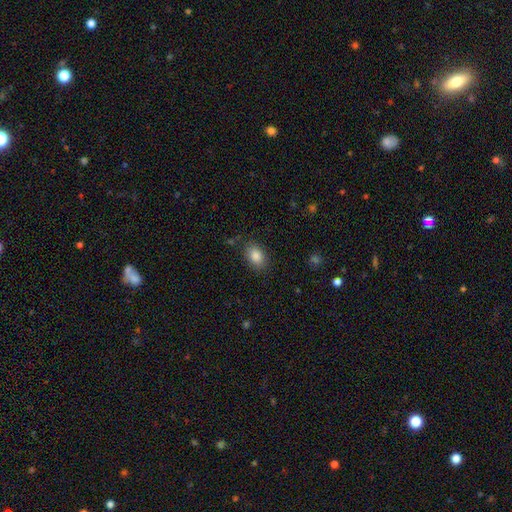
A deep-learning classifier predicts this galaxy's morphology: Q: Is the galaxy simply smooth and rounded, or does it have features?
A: smooth — 86%.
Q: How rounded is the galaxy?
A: in between — 85%.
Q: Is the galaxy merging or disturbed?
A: none — 83%.